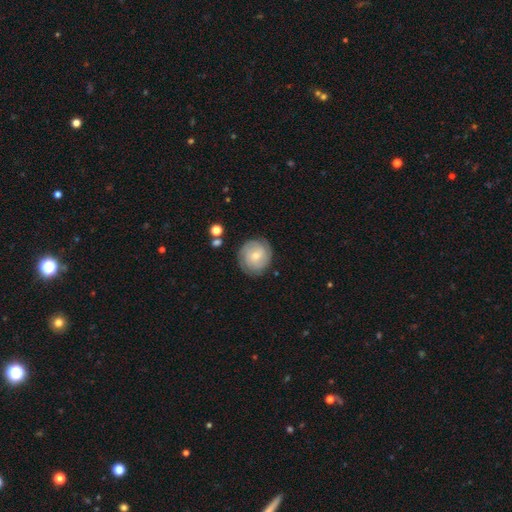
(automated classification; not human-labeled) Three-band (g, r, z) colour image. It shows a featured or disk galaxy (59%) with no bar (66%), tight (73%) spiral arms (88%) and a small central bulge (57%). Merging: none (81%).